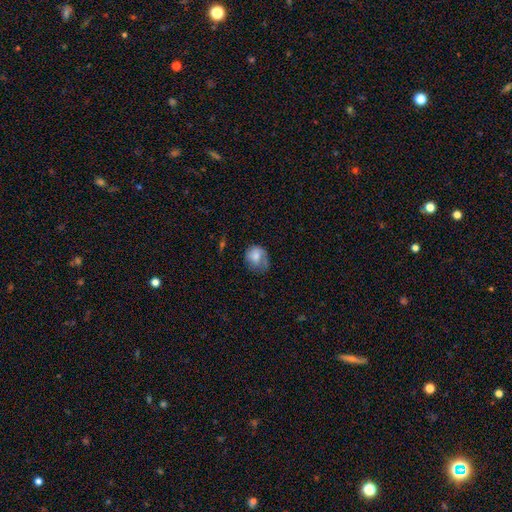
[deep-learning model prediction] Morphology: type=smooth (69%); roundness=round (65%); merging=none (46%).